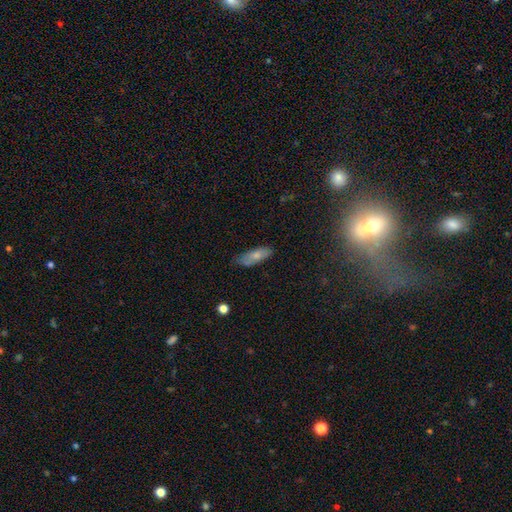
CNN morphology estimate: Overall: smooth (70%). How rounded: in between (61%; cigar-shaped 37%). Merging: none (75%).